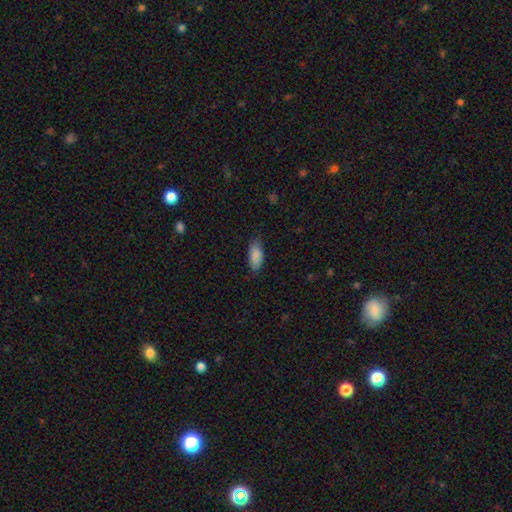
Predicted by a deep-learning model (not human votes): Smooth or featured? Predicted: smooth (p=0.88). How rounded? Predicted: in between (p=0.87). Merging? Predicted: none (p=0.73).